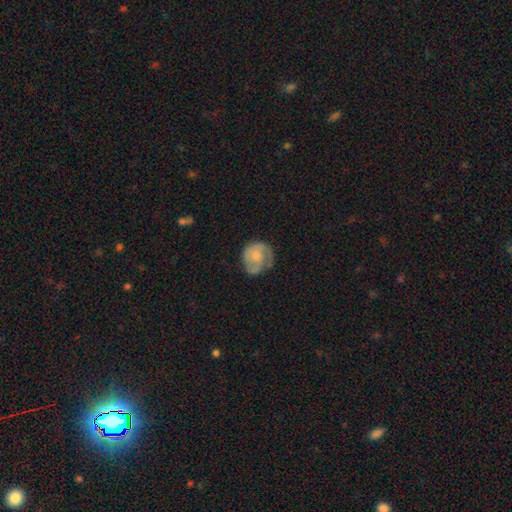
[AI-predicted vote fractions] This is possibly a featured or disk galaxy (47%). Merging: possibly none (57%).